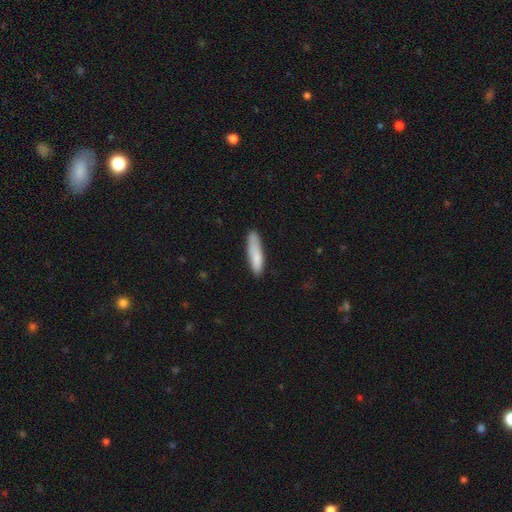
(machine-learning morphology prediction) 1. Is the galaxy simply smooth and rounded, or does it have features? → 84% smooth, 10% featured or disk, 6% star or artifact.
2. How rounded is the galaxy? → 73% cigar-shaped, 26% in between, 1% round.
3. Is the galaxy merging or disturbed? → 75% none, 19% minor disturbance, 4% major disturbance, 2% merger.